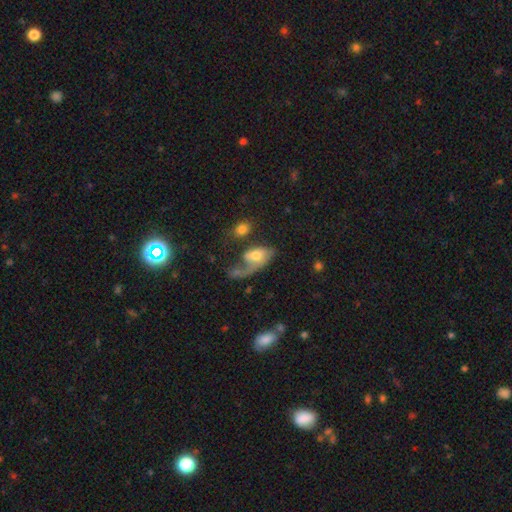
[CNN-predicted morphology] smooth_or_featured: smooth (p=0.52) [alt: featured or disk p=0.40]
how_rounded: in between (p=0.86) [alt: round p=0.10]
merging: major disturbance (p=0.48) [alt: none p=0.19]